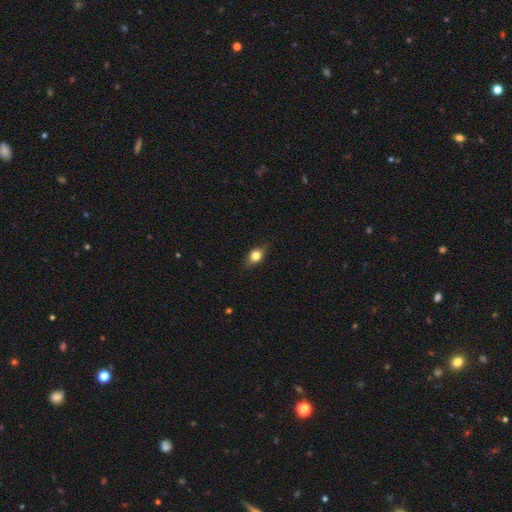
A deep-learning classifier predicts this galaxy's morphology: Smooth or featured?
  - smooth: 69% *
  - featured or disk: 21%
  - star or artifact: 10%
How rounded?
  - in between: 60% *
  - round: 34%
  - cigar-shaped: 6%
Merging?
  - none: 81% *
  - minor disturbance: 15%
  - major disturbance: 3%
  - merger: 1%